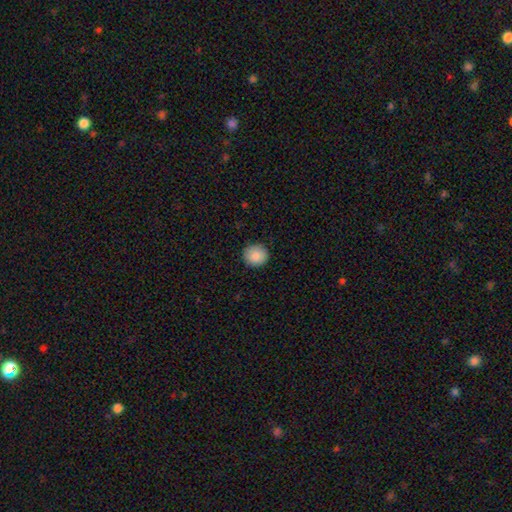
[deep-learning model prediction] Smooth or featured? smooth (89%)
How rounded? round (89%)
Merging? none (91%)